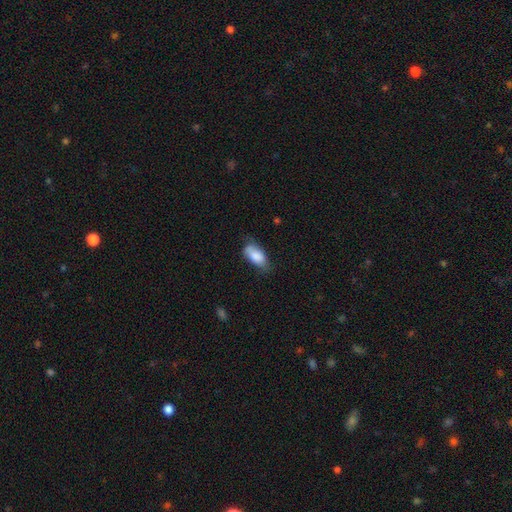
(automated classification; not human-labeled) Smooth or featured: smooth — 82% (featured or disk — 11%)
How rounded: in between — 91% (cigar-shaped — 6%)
Merging: none — 57% (minor disturbance — 33%)